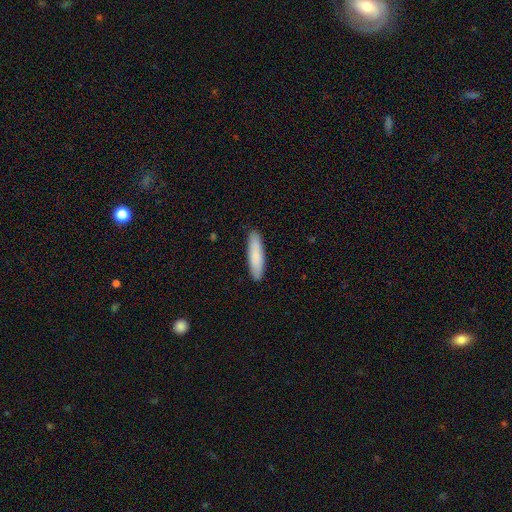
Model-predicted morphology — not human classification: Overall: smooth (85%). How rounded: cigar-shaped (79%). Merging: none (91%).